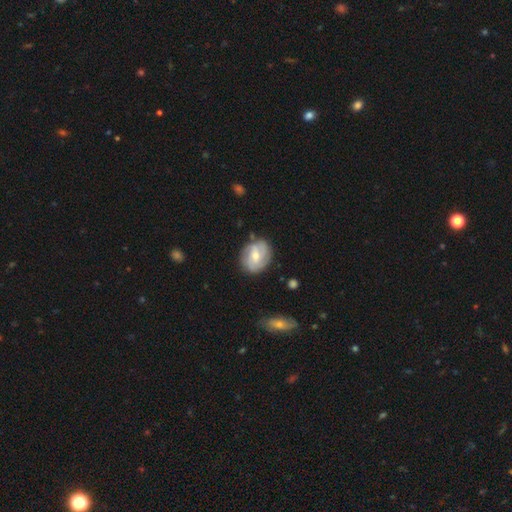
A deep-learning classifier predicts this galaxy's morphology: smooth_or_featured: featured or disk (p=0.65) [alt: smooth p=0.29]
disk_edge_on: no (p=0.97) [alt: yes p=0.03]
bar: weak (p=0.45) [alt: no p=0.42]
has_spiral_arms: yes (p=0.85) [alt: no p=0.15]
spiral_winding: tight (p=0.47) [alt: medium p=0.37]
spiral_arm_count: 2 (p=0.37) [alt: can't tell p=0.28]
bulge_size: moderate (p=0.50) [alt: small p=0.46]
merging: none (p=0.75) [alt: minor disturbance p=0.18]